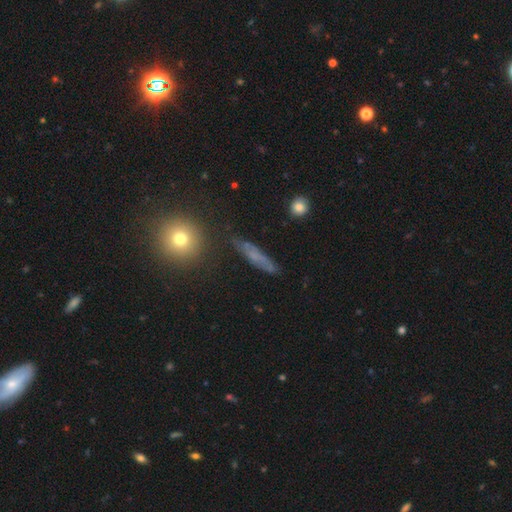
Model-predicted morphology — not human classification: A smooth galaxy with no disk features (47%). Merging: none (74%).